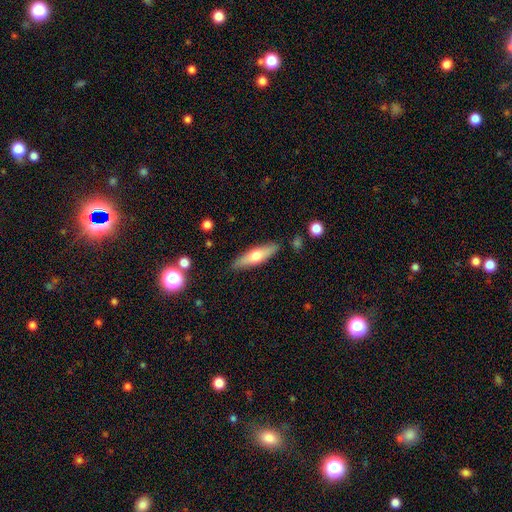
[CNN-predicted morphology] Smooth or featured? smooth (48%)
Merging? none (86%)